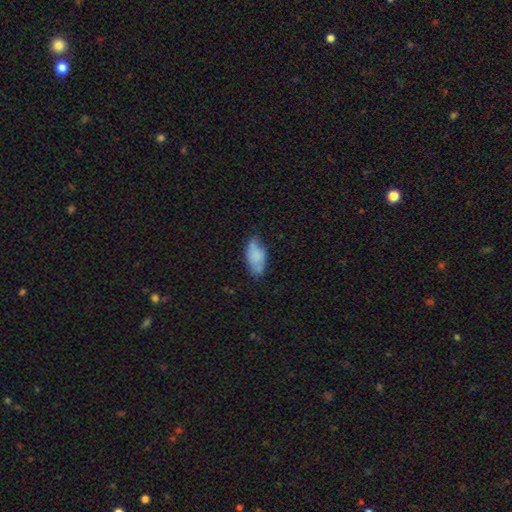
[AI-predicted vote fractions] Smooth or featured: smooth — 75% (featured or disk — 17%)
How rounded: in between — 91% (cigar-shaped — 6%)
Merging: none — 57% (minor disturbance — 31%)